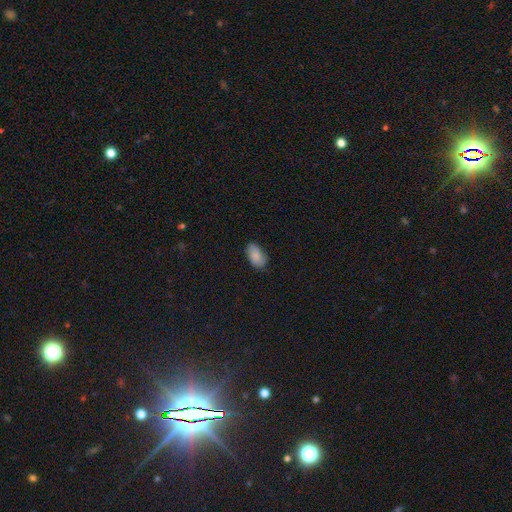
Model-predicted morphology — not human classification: Smooth or featured?
  - smooth: 82% *
  - featured or disk: 11%
  - star or artifact: 8%
How rounded?
  - in between: 93% *
  - round: 5%
  - cigar-shaped: 2%
Merging?
  - none: 70% *
  - minor disturbance: 24%
  - major disturbance: 5%
  - merger: 1%